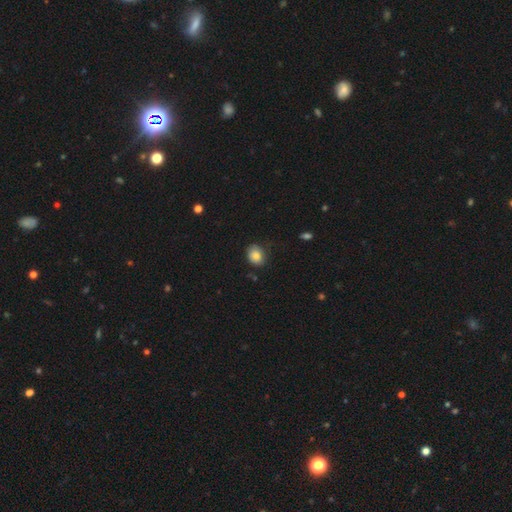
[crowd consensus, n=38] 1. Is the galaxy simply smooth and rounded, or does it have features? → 84% smooth, 8% featured or disk, 8% star or artifact.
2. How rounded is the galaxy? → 69% in between, 31% round, 0% cigar-shaped.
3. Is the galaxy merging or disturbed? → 74% none, 26% minor disturbance, 0% major disturbance, 0% merger.